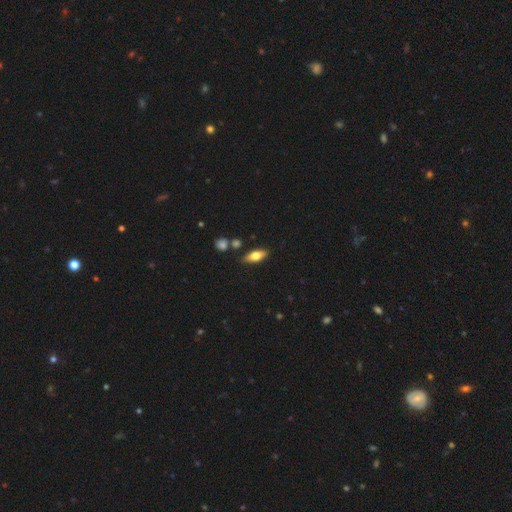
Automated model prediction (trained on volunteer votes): Smooth or featured?
  - smooth: 64% *
  - featured or disk: 29%
  - star or artifact: 7%
How rounded?
  - in between: 73% *
  - cigar-shaped: 23%
  - round: 4%
Merging?
  - none: 82% *
  - minor disturbance: 10%
  - merger: 5%
  - major disturbance: 2%